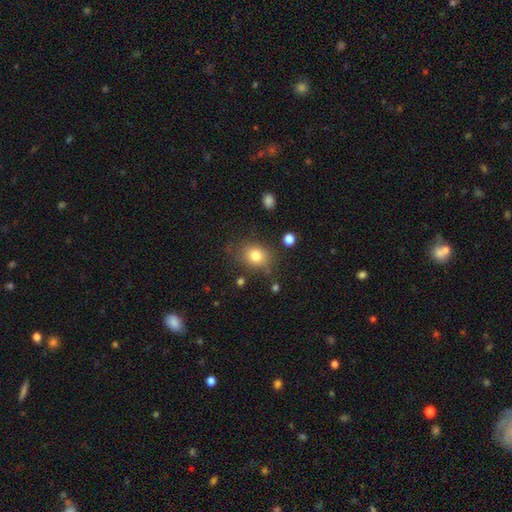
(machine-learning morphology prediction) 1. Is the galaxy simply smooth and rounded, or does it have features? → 80% smooth, 10% star or artifact, 9% featured or disk.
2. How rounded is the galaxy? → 51% in between, 48% round, 1% cigar-shaped.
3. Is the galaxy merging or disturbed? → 74% none, 17% minor disturbance, 6% major disturbance, 3% merger.